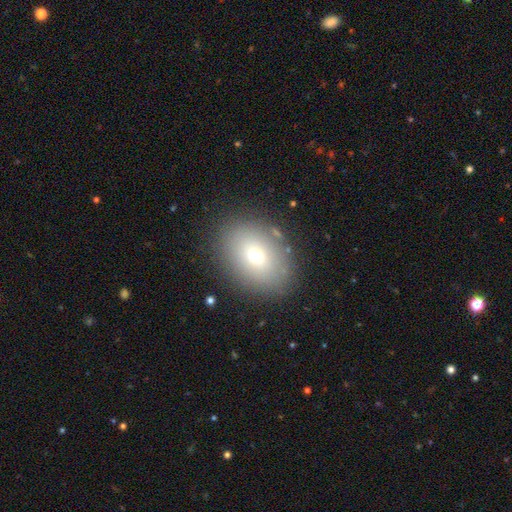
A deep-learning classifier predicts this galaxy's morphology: A smooth galaxy with no disk features (69%) that is in between round and cigar-shaped (63%).

Vote fractions:
- Smooth or featured? smooth: 69% / featured or disk: 17% / star or artifact: 14%
- How rounded? in between: 63% / round: 36% / cigar-shaped: 1%
- Merging? none: 85% / minor disturbance: 9% / major disturbance: 4% / merger: 2%